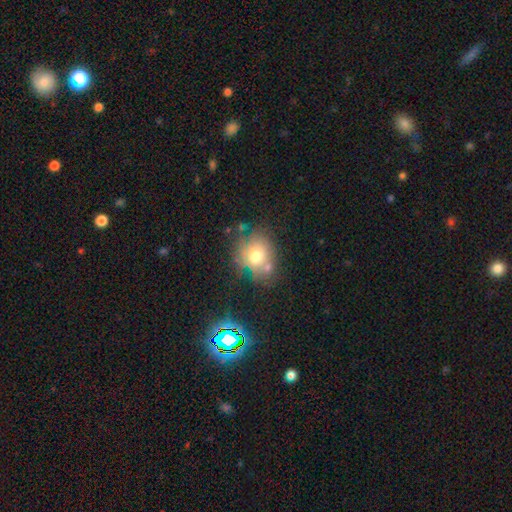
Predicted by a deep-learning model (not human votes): Smooth or featured? smooth (66%)
How rounded? round (61%)
Merging? none (55%)